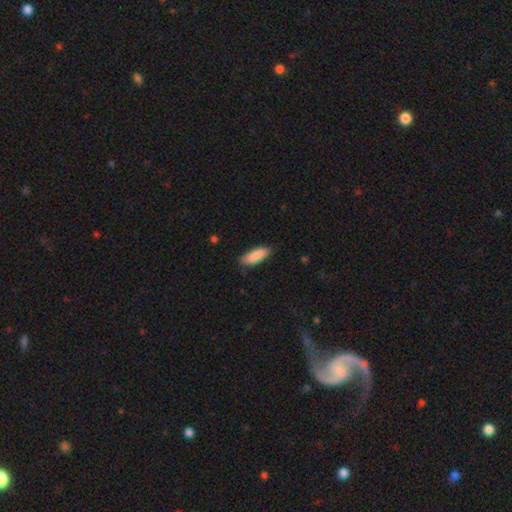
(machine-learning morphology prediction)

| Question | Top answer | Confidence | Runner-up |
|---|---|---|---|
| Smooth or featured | smooth | 88% | featured or disk (6%) |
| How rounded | in between | 63% | cigar-shaped (35%) |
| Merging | none | 82% | minor disturbance (14%) |